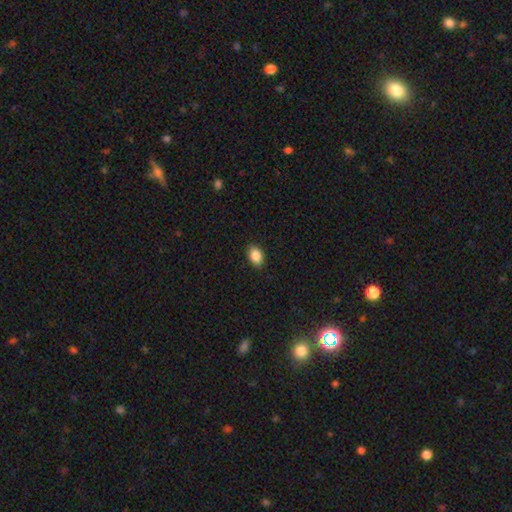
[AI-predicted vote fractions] Morphology: type=smooth (88%); roundness=in between (82%); merging=none (88%).